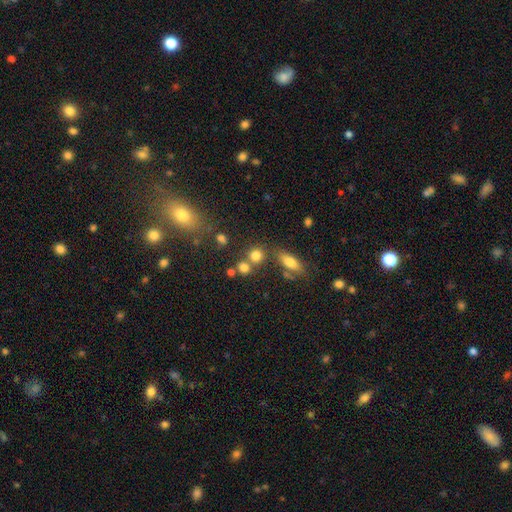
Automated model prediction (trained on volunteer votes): Smooth or featured?
  - smooth: 78% *
  - star or artifact: 14%
  - featured or disk: 8%
How rounded?
  - round: 78% *
  - in between: 19%
  - cigar-shaped: 2%
Merging?
  - none: 59% *
  - merger: 27%
  - minor disturbance: 10%
  - major disturbance: 5%